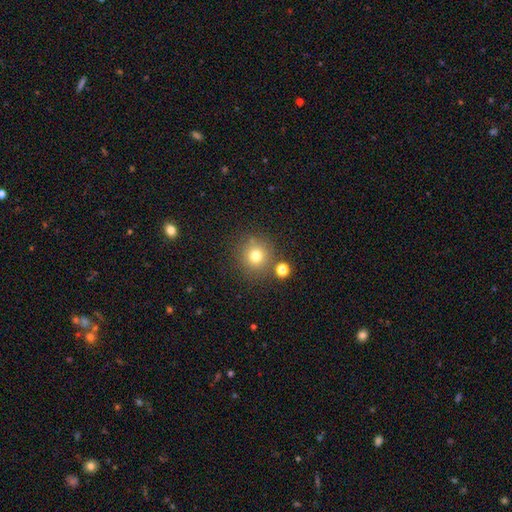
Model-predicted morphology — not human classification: A smooth galaxy with no disk features (75%) that is round (94%).

Vote fractions:
- Smooth or featured? smooth: 75% / star or artifact: 15% / featured or disk: 9%
- How rounded? round: 94% / in between: 5% / cigar-shaped: 1%
- Merging? none: 81% / minor disturbance: 8% / merger: 8% / major disturbance: 3%